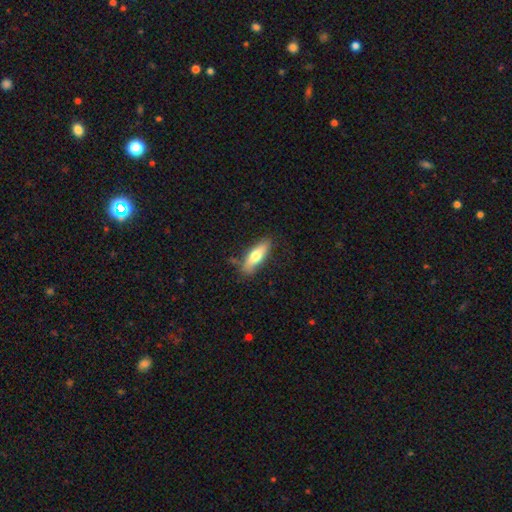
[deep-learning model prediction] Smooth or featured? smooth (68%)
How rounded? in between (54%)
Merging? none (78%)